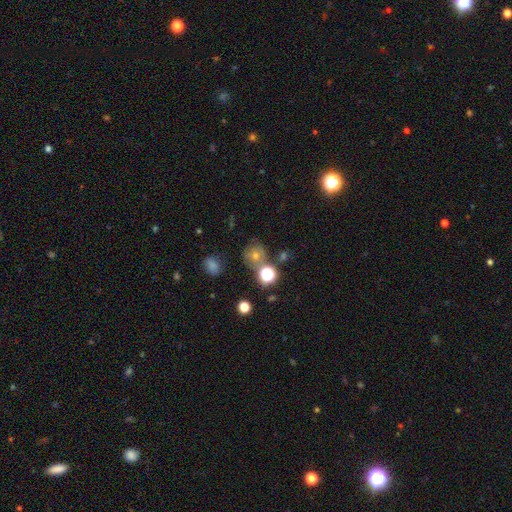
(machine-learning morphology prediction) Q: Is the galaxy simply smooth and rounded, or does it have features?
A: smooth — 41%, tied with star or artifact.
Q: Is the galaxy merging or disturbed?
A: none — 70%.